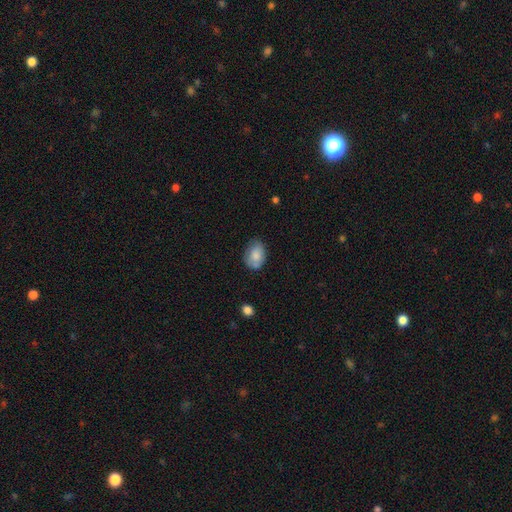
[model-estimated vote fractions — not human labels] Smooth or featured? Predicted: smooth (p=0.81). How rounded? Predicted: in between (p=0.80). Merging? Predicted: none (p=0.67).